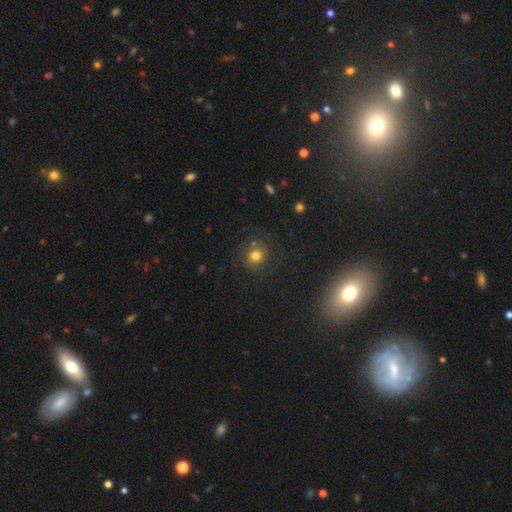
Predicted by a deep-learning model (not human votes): Smooth or featured?
  - smooth: 64% *
  - featured or disk: 18%
  - star or artifact: 17%
How rounded?
  - round: 88% *
  - in between: 11%
  - cigar-shaped: 1%
Merging?
  - none: 77% *
  - minor disturbance: 13%
  - major disturbance: 7%
  - merger: 4%